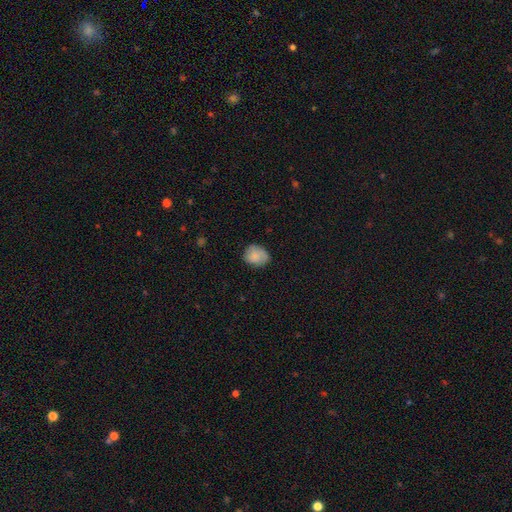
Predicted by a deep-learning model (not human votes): A smooth galaxy with no disk features (82%) that is round (53%).

Vote fractions:
- Smooth or featured? smooth: 82% / featured or disk: 11% / star or artifact: 8%
- How rounded? round: 53% / in between: 46% / cigar-shaped: 1%
- Merging? none: 68% / minor disturbance: 26% / major disturbance: 5% / merger: 1%